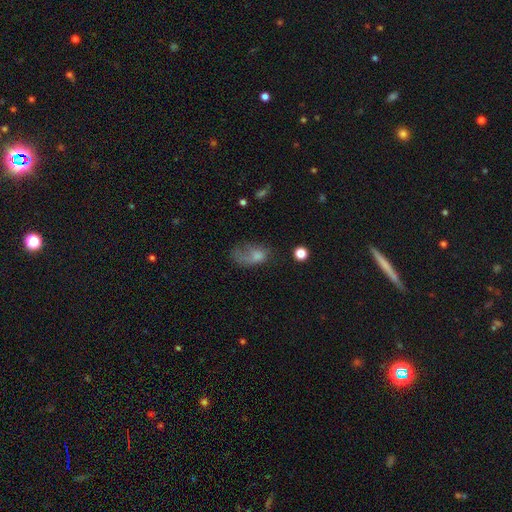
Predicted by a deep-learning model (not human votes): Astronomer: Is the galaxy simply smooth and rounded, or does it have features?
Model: smooth — 56% (runner-up: featured or disk, 32%).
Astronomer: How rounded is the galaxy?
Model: in between — 81%.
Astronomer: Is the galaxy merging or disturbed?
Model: major disturbance — 50%.